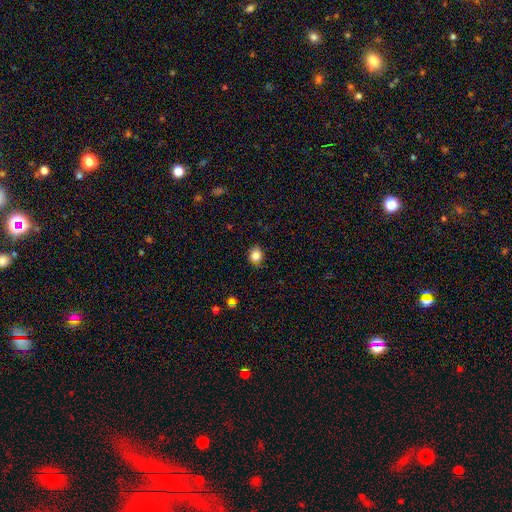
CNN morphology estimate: Smooth or featured?
  - smooth: 84% *
  - star or artifact: 10%
  - featured or disk: 5%
How rounded?
  - round: 65% *
  - in between: 34%
  - cigar-shaped: 1%
Merging?
  - none: 85% *
  - minor disturbance: 11%
  - major disturbance: 2%
  - merger: 1%